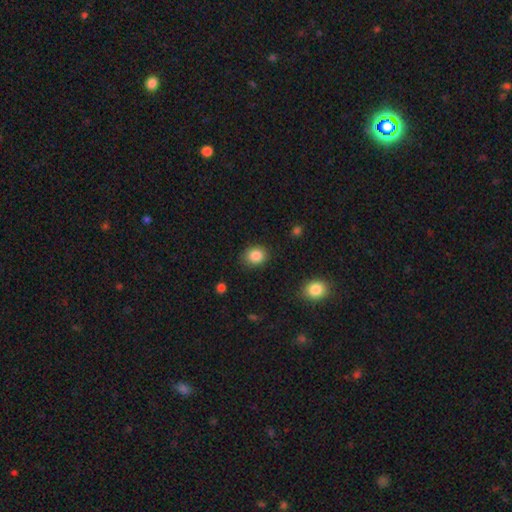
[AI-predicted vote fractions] Smooth or featured? smooth (87%)
How rounded? round (63%)
Merging? none (85%)